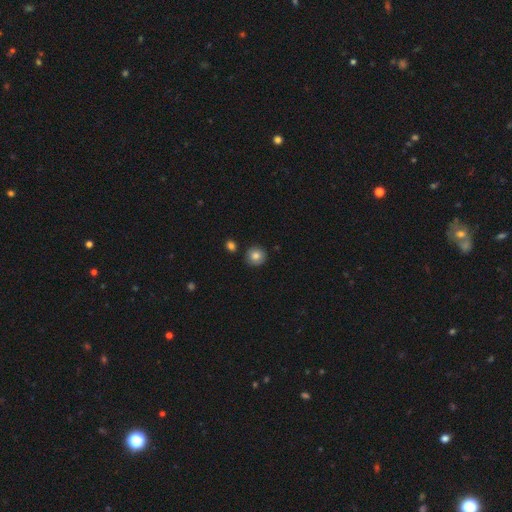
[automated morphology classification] This appears to be a smooth galaxy with no disk features (82%) that is round (92%). Merging: none (87%).